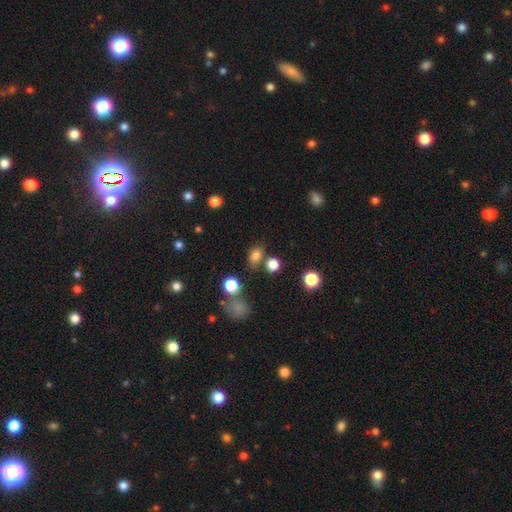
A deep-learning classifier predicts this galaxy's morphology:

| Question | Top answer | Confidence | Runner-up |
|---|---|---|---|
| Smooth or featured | smooth | 78% | star or artifact (16%) |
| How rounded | in between | 61% | round (38%) |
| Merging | none | 69% | minor disturbance (14%) |